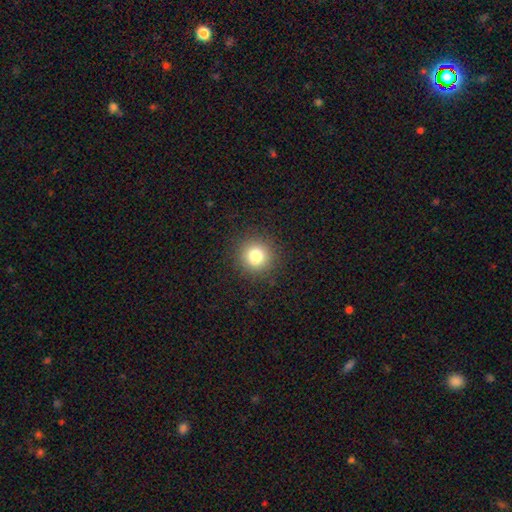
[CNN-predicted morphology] type=smooth (77%); roundness=round (91%); merging=none (86%).